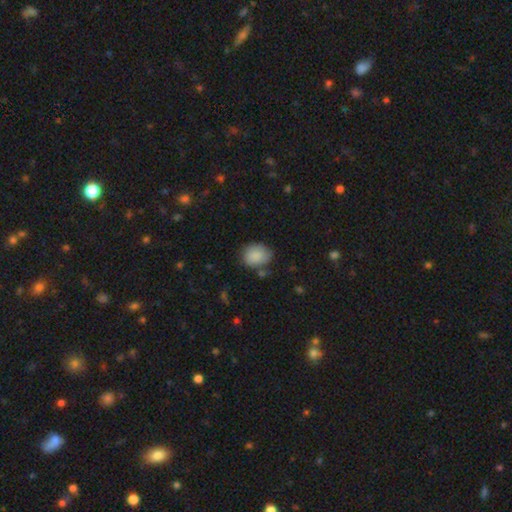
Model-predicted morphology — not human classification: A smooth galaxy with no disk features (86%) that is in between round and cigar-shaped (51%). Merging: none (68%).